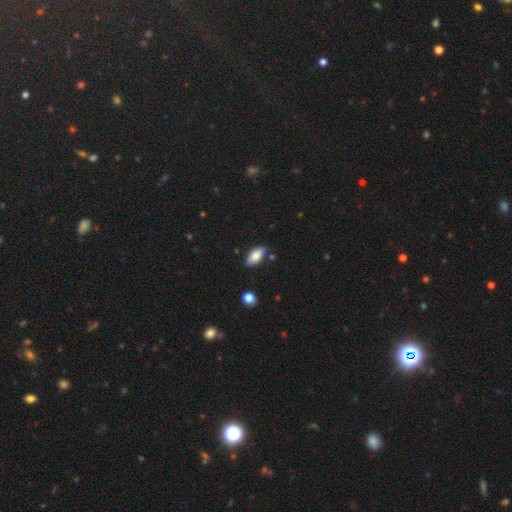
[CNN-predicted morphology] smooth_or_featured: smooth (p=0.79) [alt: featured or disk p=0.14]
how_rounded: in between (p=0.89) [alt: cigar-shaped p=0.08]
merging: none (p=0.78) [alt: minor disturbance p=0.16]